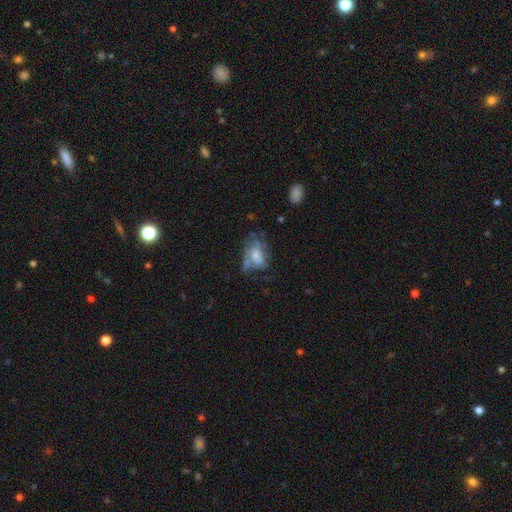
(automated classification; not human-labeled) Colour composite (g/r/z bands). It shows a smooth galaxy with no disk features (46%). Merging: none (32%).